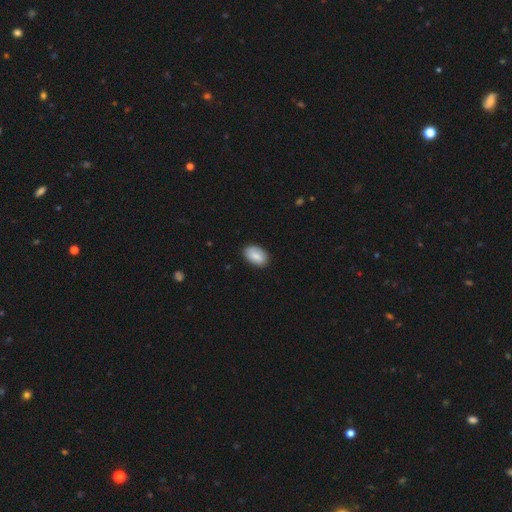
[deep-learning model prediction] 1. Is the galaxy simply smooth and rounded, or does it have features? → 84% smooth, 10% featured or disk, 6% star or artifact.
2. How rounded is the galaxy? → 92% in between, 7% round, 1% cigar-shaped.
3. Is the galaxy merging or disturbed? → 84% none, 12% minor disturbance, 2% major disturbance, 1% merger.